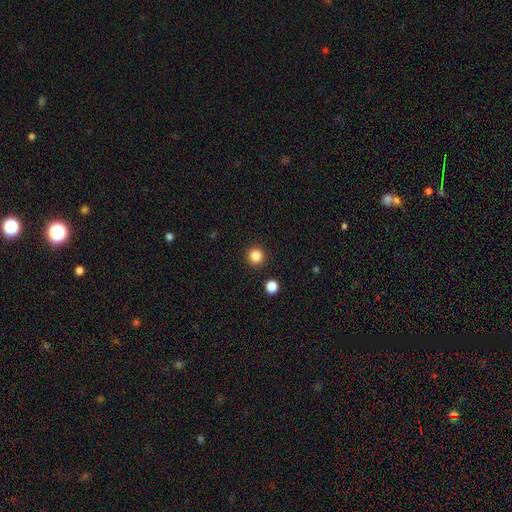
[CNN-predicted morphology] Overall: smooth (84%). How rounded: round (93%). Merging: none (91%).